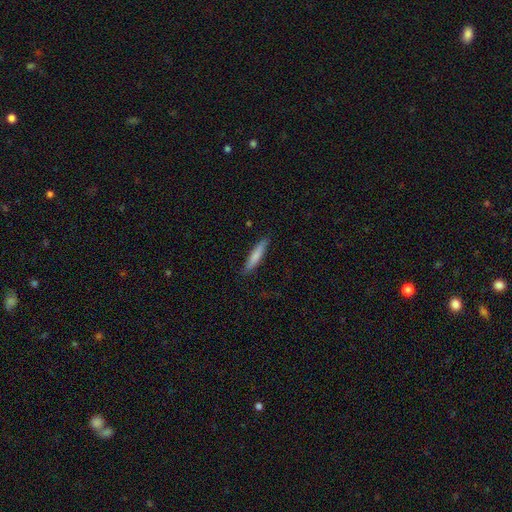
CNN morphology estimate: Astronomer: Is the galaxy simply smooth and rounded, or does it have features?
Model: smooth — 76%.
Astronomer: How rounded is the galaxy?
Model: cigar-shaped — 89%.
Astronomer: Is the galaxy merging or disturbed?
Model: none — 88%.